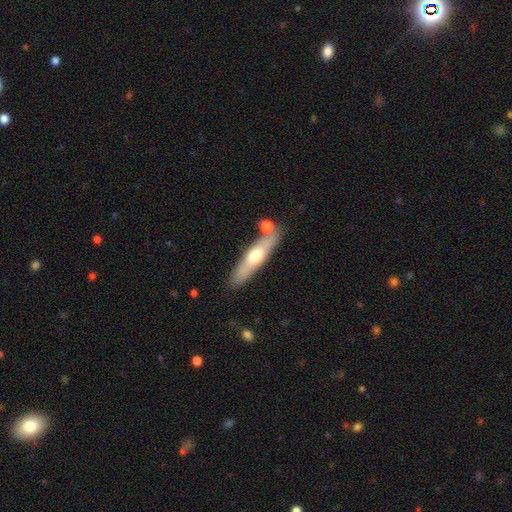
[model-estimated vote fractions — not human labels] A smooth galaxy with no disk features (48%).

Vote fractions:
- Smooth or featured? smooth: 48% / featured or disk: 46% / star or artifact: 6%
- Merging? none: 75% / minor disturbance: 12% / merger: 10% / major disturbance: 3%